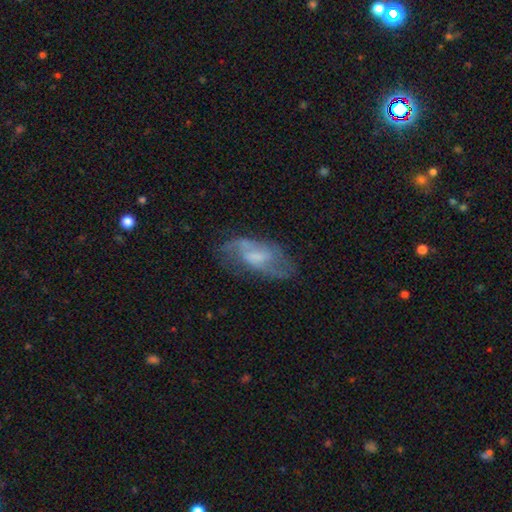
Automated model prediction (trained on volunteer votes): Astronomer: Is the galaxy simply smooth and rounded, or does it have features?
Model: featured or disk — 68%.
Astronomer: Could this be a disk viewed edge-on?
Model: no — 93%.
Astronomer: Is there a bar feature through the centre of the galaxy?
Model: weak — 50% (runner-up: no, 35%).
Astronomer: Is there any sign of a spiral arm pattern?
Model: yes — 82%.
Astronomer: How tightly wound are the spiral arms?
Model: medium — 46% (runner-up: loose, 31%).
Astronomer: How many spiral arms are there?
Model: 2 — 62%.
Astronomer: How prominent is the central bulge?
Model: small — 33%, tied with moderate at 33%.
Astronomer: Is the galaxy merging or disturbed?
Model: none — 61%.